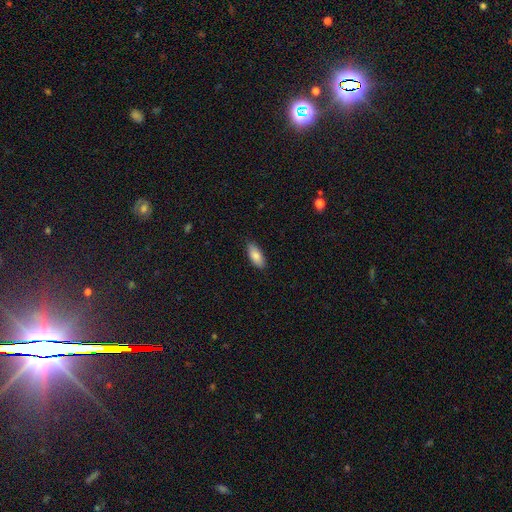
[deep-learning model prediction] A smooth galaxy with no disk features (85%) that is in between round and cigar-shaped (83%).

Vote fractions:
- Smooth or featured? smooth: 85% / featured or disk: 9% / star or artifact: 6%
- How rounded? in between: 83% / cigar-shaped: 15% / round: 2%
- Merging? none: 88% / minor disturbance: 10% / major disturbance: 2% / merger: 1%